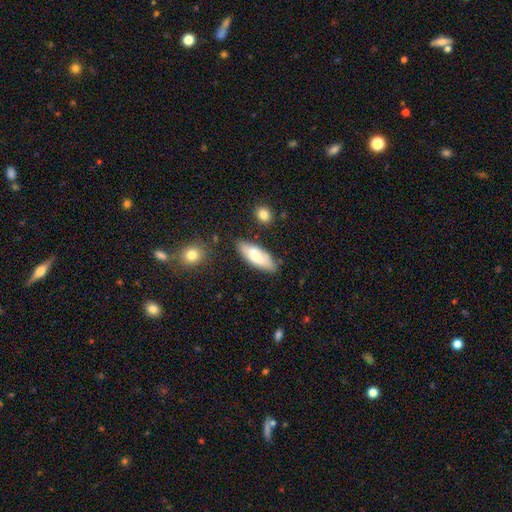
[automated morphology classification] A smooth galaxy with no disk features (68%) that is in between round and cigar-shaped (64%). Merging: none (73%).